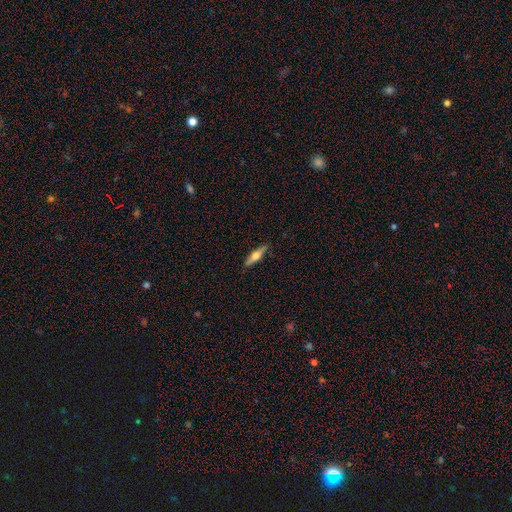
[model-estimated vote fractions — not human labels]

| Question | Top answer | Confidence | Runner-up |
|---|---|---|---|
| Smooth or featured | featured or disk | 57% | smooth (37%) |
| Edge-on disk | yes | 95% | no (5%) |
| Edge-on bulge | rounded | 93% | boxy (4%) |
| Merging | none | 88% | minor disturbance (9%) |